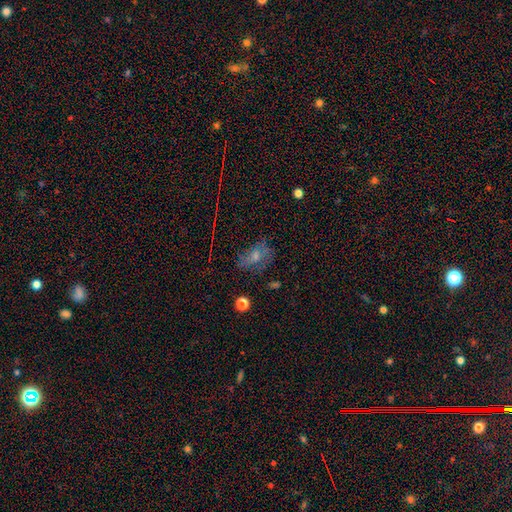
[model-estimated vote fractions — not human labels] A smooth galaxy with no disk features (50%) that is in between round and cigar-shaped (75%).

Vote fractions:
- Smooth or featured? smooth: 50% / featured or disk: 30% / star or artifact: 20%
- How rounded? in between: 75% / round: 22% / cigar-shaped: 3%
- Merging? none: 53% / minor disturbance: 25% / major disturbance: 18% / merger: 4%